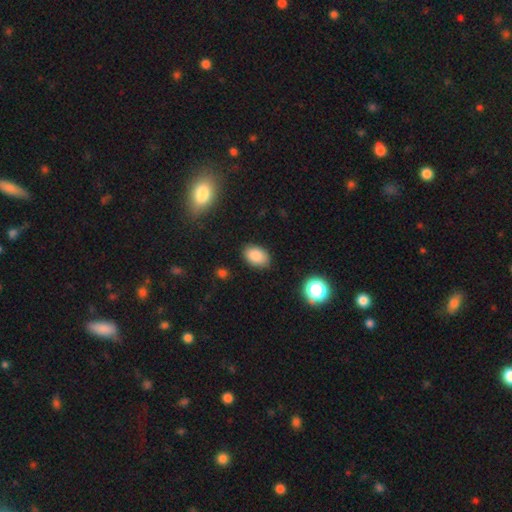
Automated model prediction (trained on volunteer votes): Smooth or featured? Predicted: smooth (p=0.86). How rounded? Predicted: in between (p=0.87). Merging? Predicted: none (p=0.84).